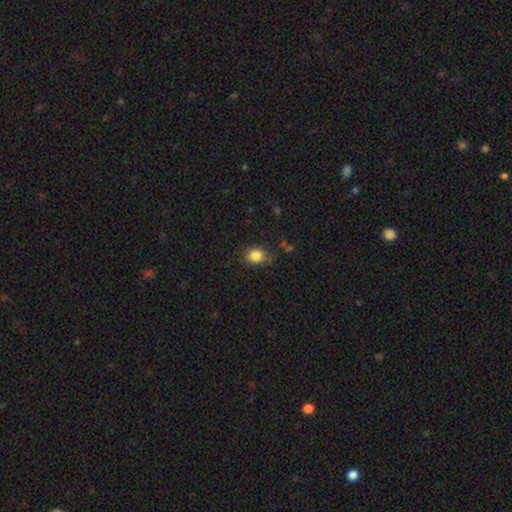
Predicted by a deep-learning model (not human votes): smooth_or_featured: smooth (p=0.84) [alt: star or artifact p=0.10]
how_rounded: round (p=0.66) [alt: in between p=0.33]
merging: none (p=0.79) [alt: minor disturbance p=0.15]